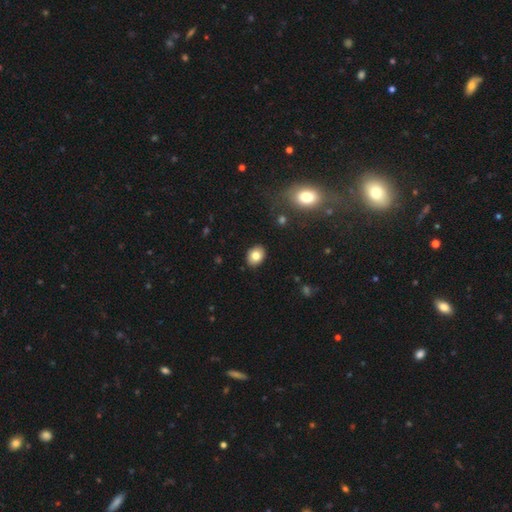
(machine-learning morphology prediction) A smooth galaxy with no disk features (81%) that is in between round and cigar-shaped (59%). Merging: none (90%).